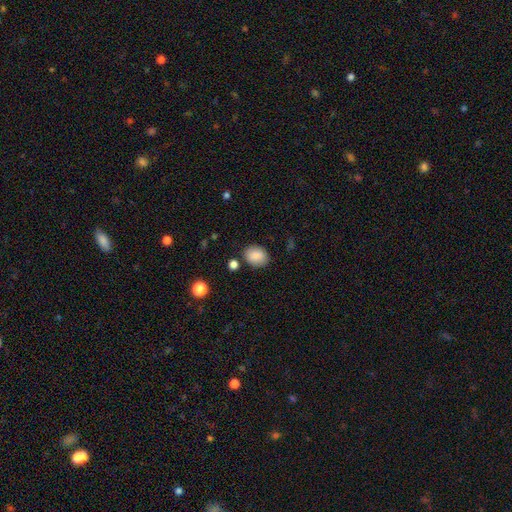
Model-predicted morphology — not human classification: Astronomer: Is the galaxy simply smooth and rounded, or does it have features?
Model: smooth — 87%.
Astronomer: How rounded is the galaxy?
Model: in between — 55% (runner-up: round, 45%).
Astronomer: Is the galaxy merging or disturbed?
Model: none — 82%.